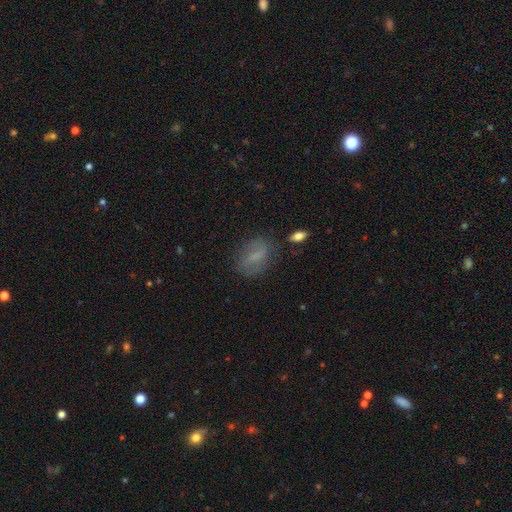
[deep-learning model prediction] Smooth or featured: smooth — 58% (featured or disk — 31%)
How rounded: in between — 78% (round — 15%)
Merging: none — 70% (minor disturbance — 19%)